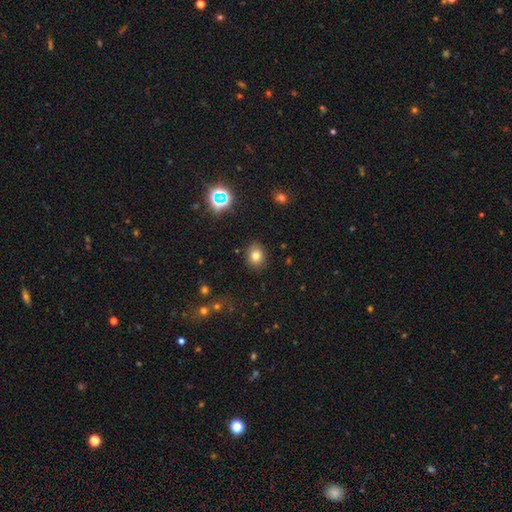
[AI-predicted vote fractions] A smooth galaxy with no disk features (75%) that is round (62%).

Vote fractions:
- Smooth or featured? smooth: 75% / star or artifact: 16% / featured or disk: 9%
- How rounded? round: 62% / in between: 37% / cigar-shaped: 1%
- Merging? none: 88% / minor disturbance: 8% / major disturbance: 2% / merger: 1%